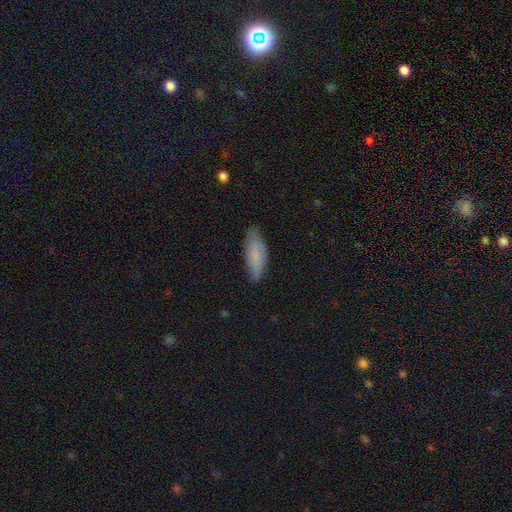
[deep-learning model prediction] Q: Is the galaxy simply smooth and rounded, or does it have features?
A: smooth — 80%.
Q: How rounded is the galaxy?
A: in between — 61%.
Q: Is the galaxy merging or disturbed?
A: none — 78%.